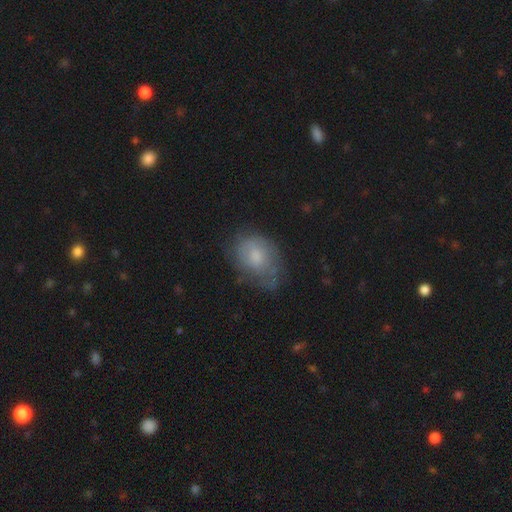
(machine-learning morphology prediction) Smooth or featured? smooth (59%)
How rounded? in between (73%)
Merging? none (49%)